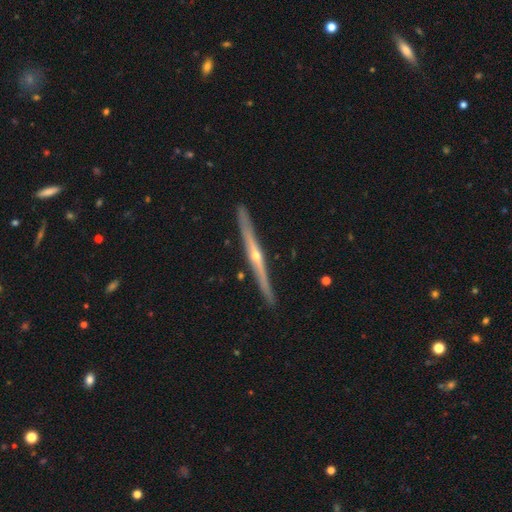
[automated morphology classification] Smooth or featured: featured or disk — 81% (smooth — 13%)
Edge-on disk: yes — 98% (no — 2%)
Edge-on bulge: rounded — 88% (none — 10%)
Merging: none — 89% (minor disturbance — 8%)